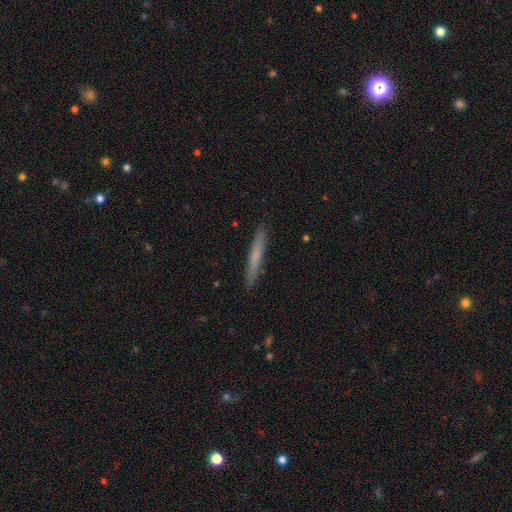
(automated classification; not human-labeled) Smooth or featured: smooth — 66% (featured or disk — 28%)
How rounded: cigar-shaped — 96% (in between — 3%)
Merging: none — 90% (minor disturbance — 7%)